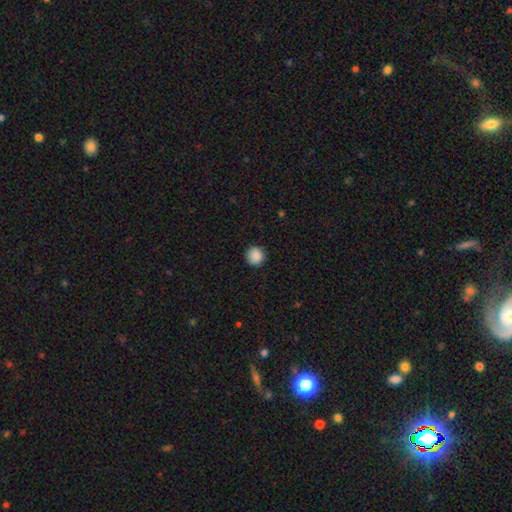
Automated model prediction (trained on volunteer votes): Smooth or featured? smooth (88%)
How rounded? round (94%)
Merging? none (91%)